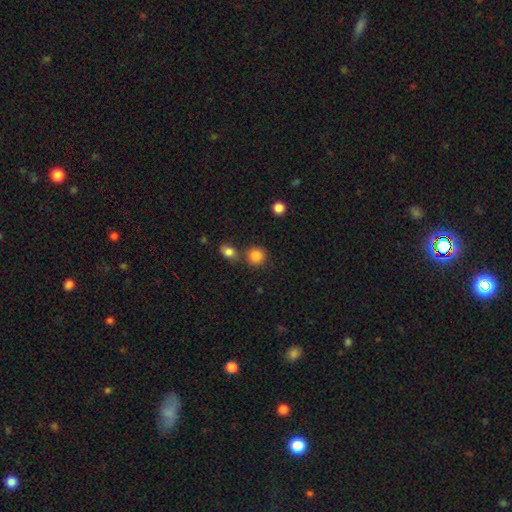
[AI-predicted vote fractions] Q: Smooth or featured?
A: smooth (85%); runner-up: star or artifact (11%)
Q: How rounded?
A: round (88%); runner-up: in between (11%)
Q: Merging?
A: none (71%); runner-up: merger (17%)